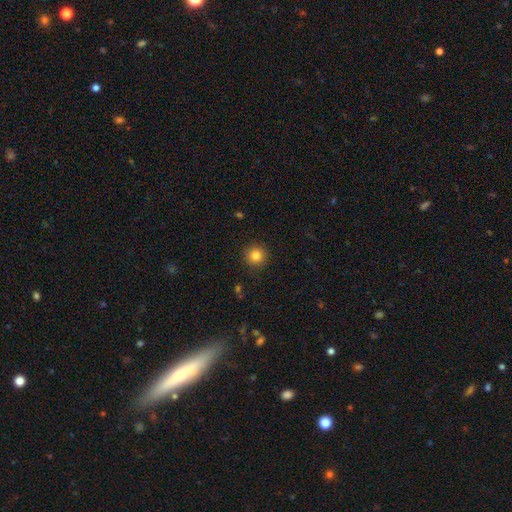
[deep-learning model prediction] A smooth galaxy with no disk features (83%) that is round (94%). Merging: none (90%).